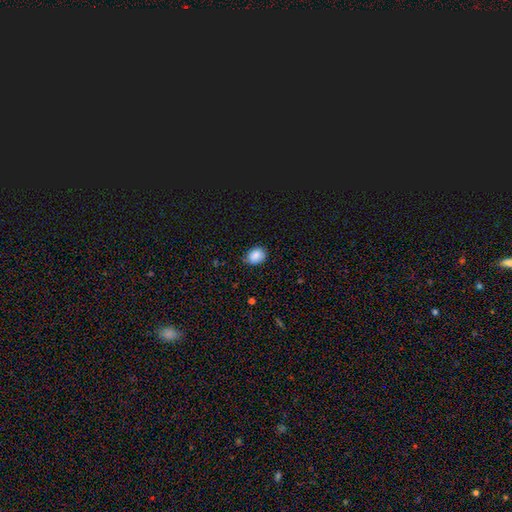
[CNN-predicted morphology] Smooth or featured: smooth — 86% (star or artifact — 8%)
How rounded: in between — 54% (round — 45%)
Merging: none — 72% (minor disturbance — 24%)